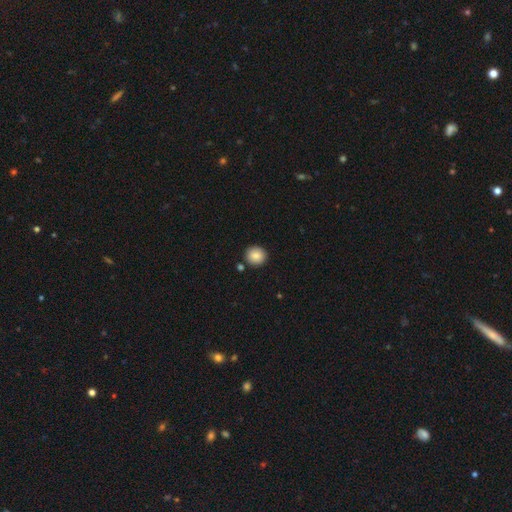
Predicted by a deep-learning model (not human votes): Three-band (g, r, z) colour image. It shows a smooth galaxy with no disk features (87%) that is round (91%). Merging: none (88%).